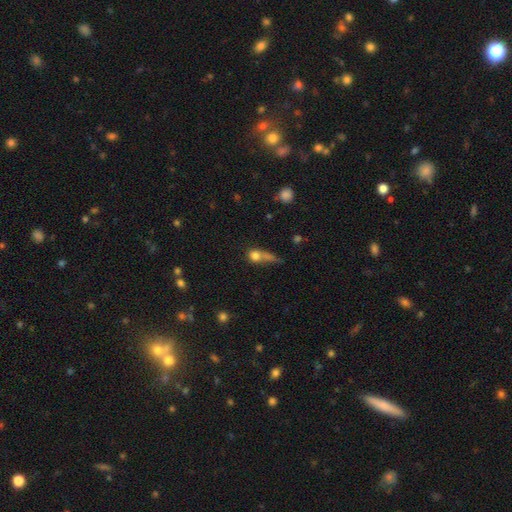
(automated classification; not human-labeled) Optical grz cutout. It shows a smooth galaxy with no disk features (72%) that is round (63%). Merging: merger (38%).